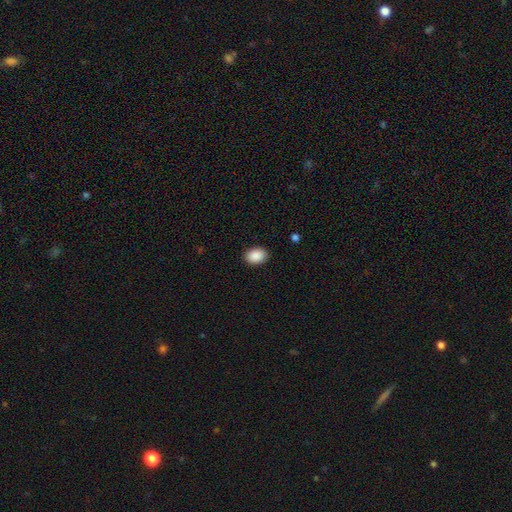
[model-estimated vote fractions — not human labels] smooth-or-featured: smooth: 90% | star or artifact: 7% | featured or disk: 3%
  how-rounded: in between: 80% | round: 19% | cigar-shaped: 1%
  merging: none: 90% | minor disturbance: 7% | major disturbance: 2% | merger: 1%